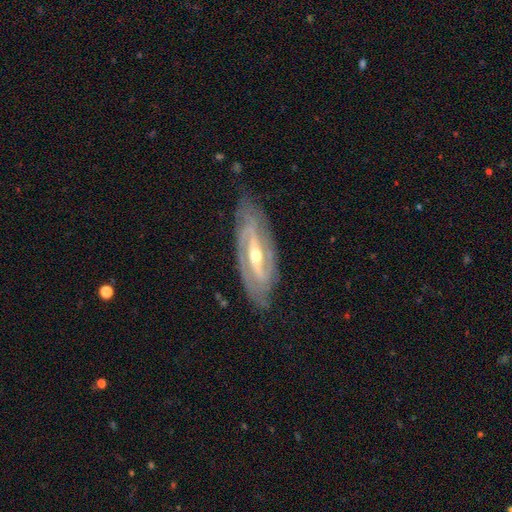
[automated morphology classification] featured or disk 89%, smooth 6%, star or artifact 5%. Down the decision tree: edge-on disk — no (90%); bar — strong (48%); spiral arms — yes (95%); spiral arm count — 2 (82%); spiral winding — tight (48%); bulge size — moderate (56%); merging — none (78%).